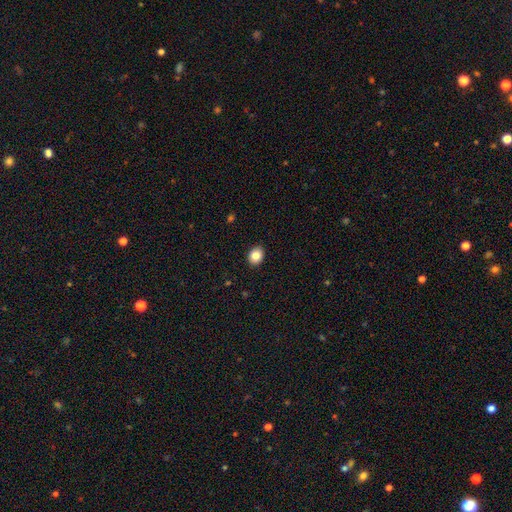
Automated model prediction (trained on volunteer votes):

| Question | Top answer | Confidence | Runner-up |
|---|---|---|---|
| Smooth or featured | smooth | 85% | star or artifact (9%) |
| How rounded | round | 51% | in between (48%) |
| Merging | none | 91% | minor disturbance (6%) |